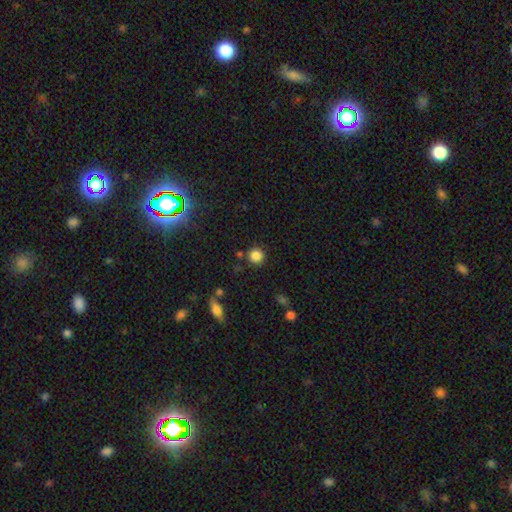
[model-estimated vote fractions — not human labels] Q: Smooth or featured?
A: smooth (84%); runner-up: star or artifact (11%)
Q: How rounded?
A: round (93%); runner-up: in between (6%)
Q: Merging?
A: none (85%); runner-up: minor disturbance (8%)